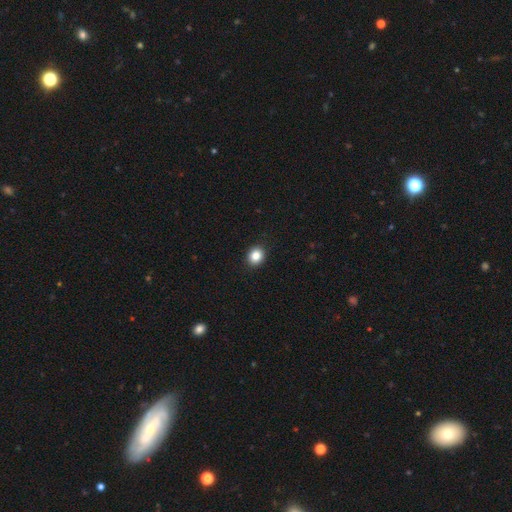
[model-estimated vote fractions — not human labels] This is clearly a smooth galaxy (85%). How rounded: likely round (67%). Merging: clearly none (92%).